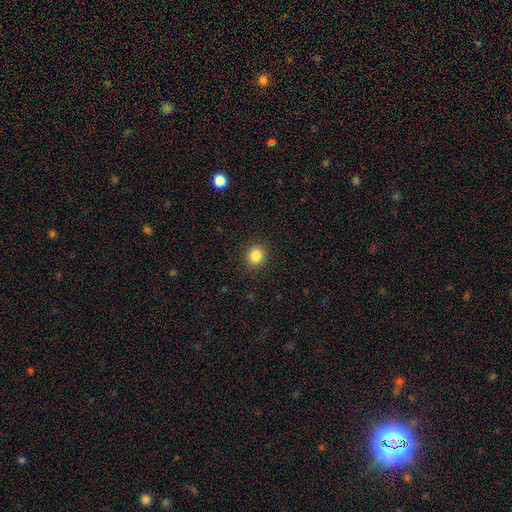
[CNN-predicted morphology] This appears to be a smooth galaxy with no disk features (85%) that is round (78%). Merging: none (90%).